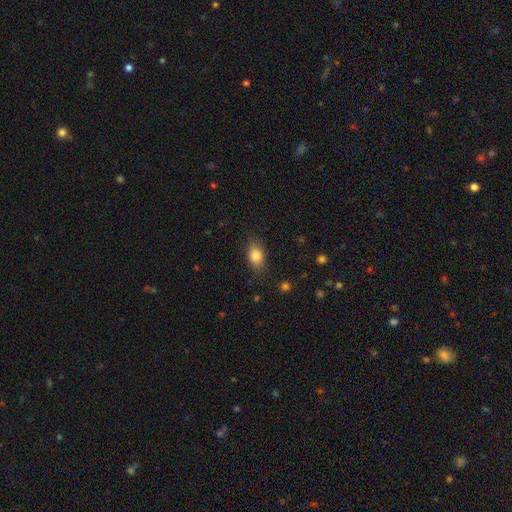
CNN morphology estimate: type=smooth (82%); roundness=in between (77%); merging=none (80%).